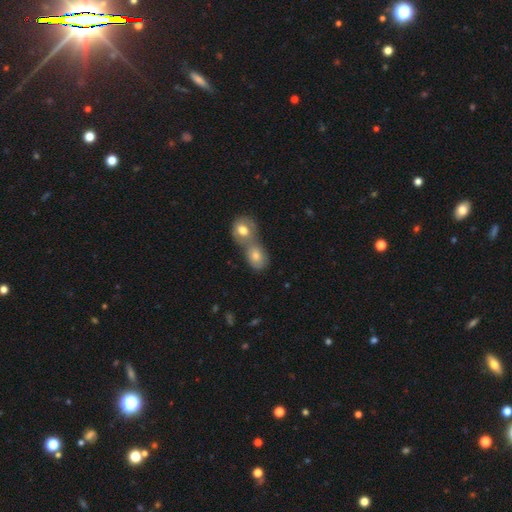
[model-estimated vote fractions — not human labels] This is likely a smooth galaxy (75%). How rounded: possibly in between (56%). Merging: likely merger (74%).